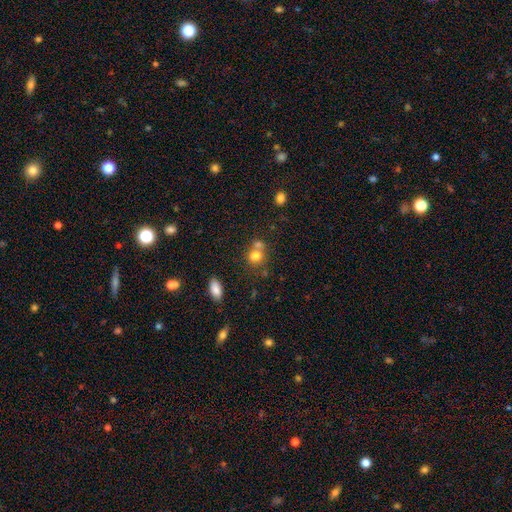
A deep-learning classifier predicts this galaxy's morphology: smooth_or_featured: smooth (p=0.76) [alt: star or artifact p=0.12]
how_rounded: round (p=0.68) [alt: in between p=0.31]
merging: merger (p=0.49) [alt: none p=0.38]